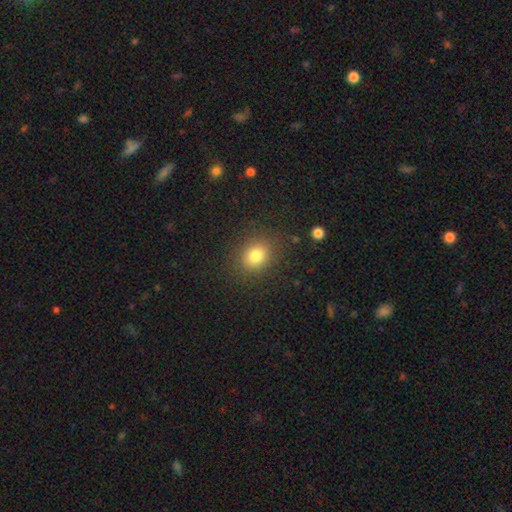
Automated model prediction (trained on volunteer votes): A smooth galaxy with no disk features (79%) that is round (59%). Merging: none (85%).